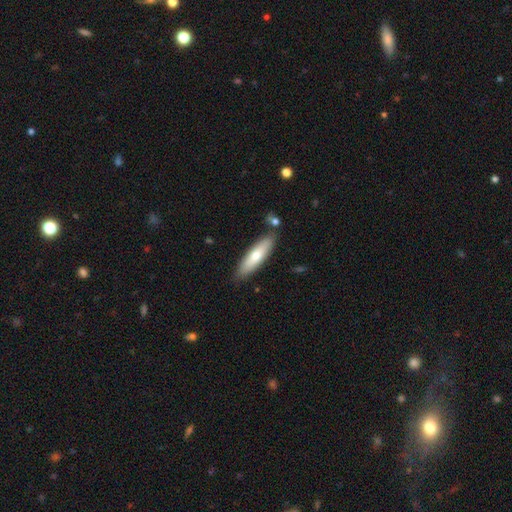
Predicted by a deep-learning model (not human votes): This is likely a smooth galaxy (66%). How rounded: likely cigar-shaped (69%). Merging: clearly none (81%).